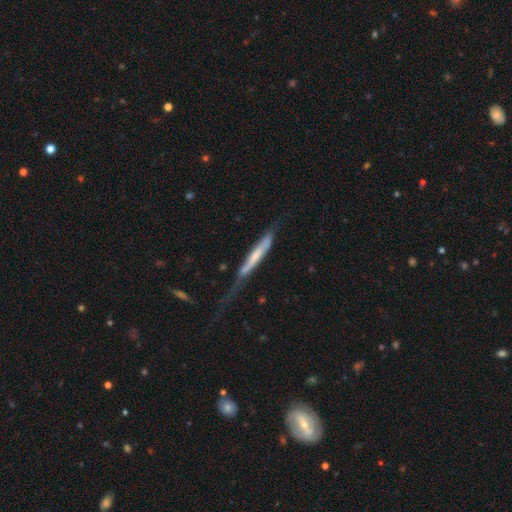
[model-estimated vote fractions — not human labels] Smooth or featured? Predicted: featured or disk (p=0.51). Edge-on disk? Predicted: yes (p=0.81). Merging? Predicted: none (p=0.35).